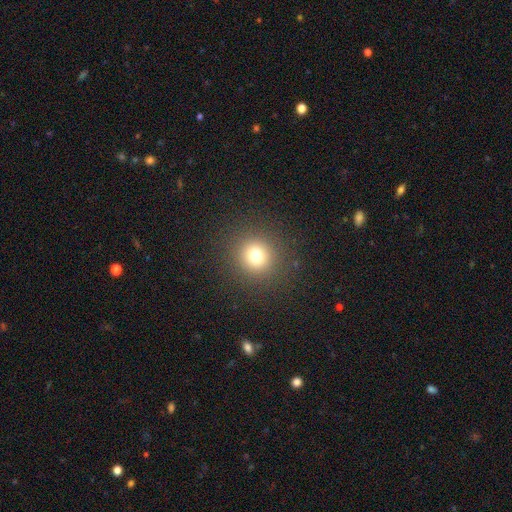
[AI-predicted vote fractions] Smooth or featured?
  - smooth: 74% *
  - star or artifact: 17%
  - featured or disk: 9%
How rounded?
  - round: 93% *
  - in between: 6%
  - cigar-shaped: 1%
Merging?
  - none: 90% *
  - minor disturbance: 6%
  - major disturbance: 3%
  - merger: 1%